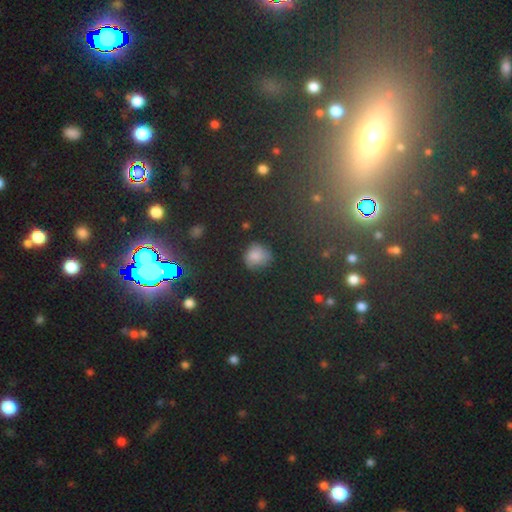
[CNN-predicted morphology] smooth-or-featured: smooth: 65% | star or artifact: 24% | featured or disk: 12%
  how-rounded: round: 77% | in between: 21% | cigar-shaped: 2%
  merging: none: 67% | minor disturbance: 21% | major disturbance: 8% | merger: 4%